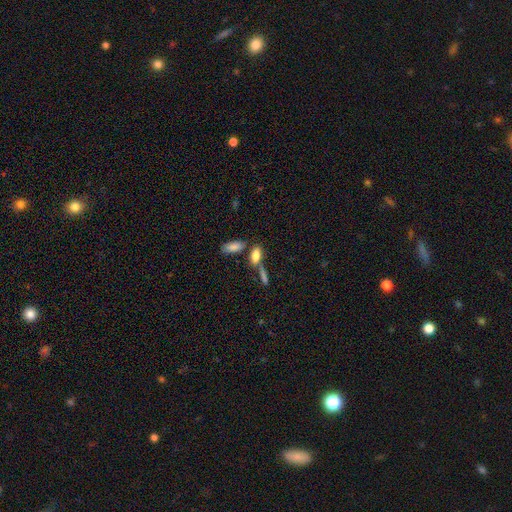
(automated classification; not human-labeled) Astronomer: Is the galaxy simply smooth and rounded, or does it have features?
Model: smooth — 77%.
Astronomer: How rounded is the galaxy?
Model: in between — 74%.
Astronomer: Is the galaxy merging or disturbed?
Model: none — 54%.